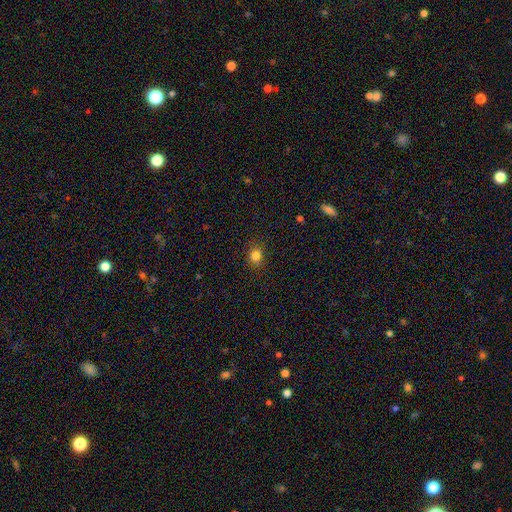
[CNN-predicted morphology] Smooth or featured? smooth (83%)
How rounded? round (74%)
Merging? none (87%)